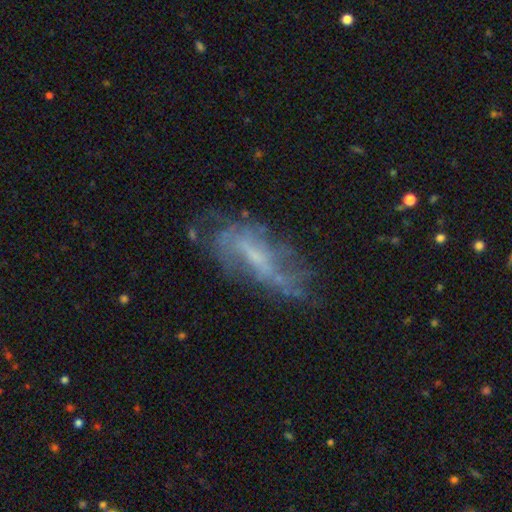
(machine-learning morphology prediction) The model was most divided on "bar": weak: 42%, no: 41%, strong: 17%. Remaining: edge-on disk — no (86%); smooth or featured — featured or disk (67%); spiral arms — yes (58%); merging — none (53%); bulge size — small (48%).